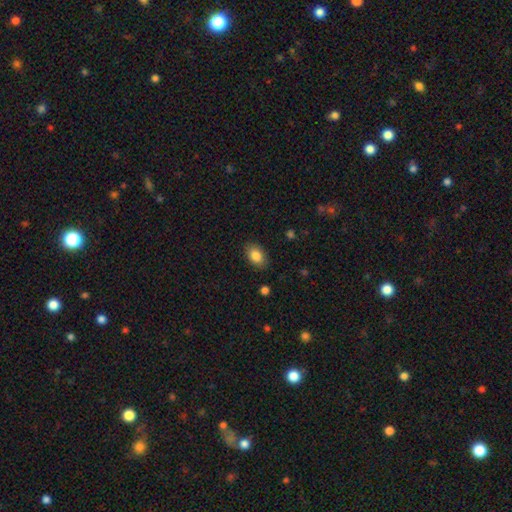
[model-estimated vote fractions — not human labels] Smooth or featured?
  - smooth: 86% *
  - star or artifact: 8%
  - featured or disk: 6%
How rounded?
  - in between: 83% *
  - round: 16%
  - cigar-shaped: 1%
Merging?
  - none: 87% *
  - minor disturbance: 10%
  - major disturbance: 2%
  - merger: 1%